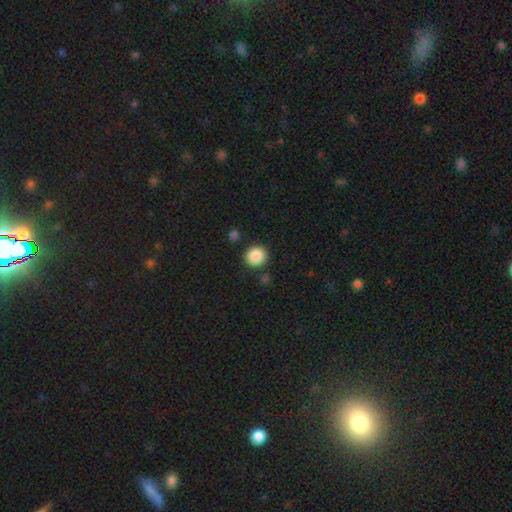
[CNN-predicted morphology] Smooth or featured? smooth (89%)
How rounded? round (90%)
Merging? none (86%)